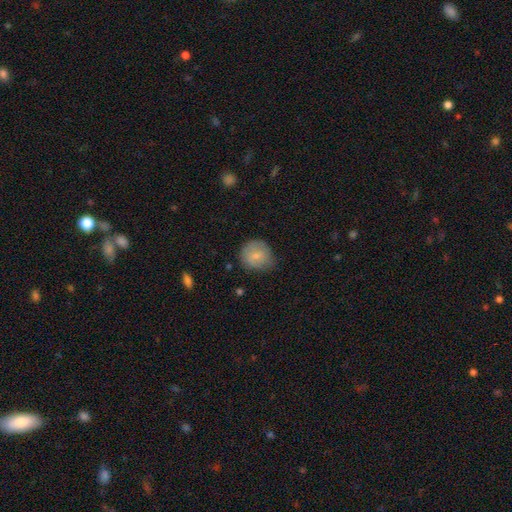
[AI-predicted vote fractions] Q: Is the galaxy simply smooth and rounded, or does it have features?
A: smooth — 77%.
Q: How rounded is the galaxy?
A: round — 83%.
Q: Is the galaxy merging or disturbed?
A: none — 64%.